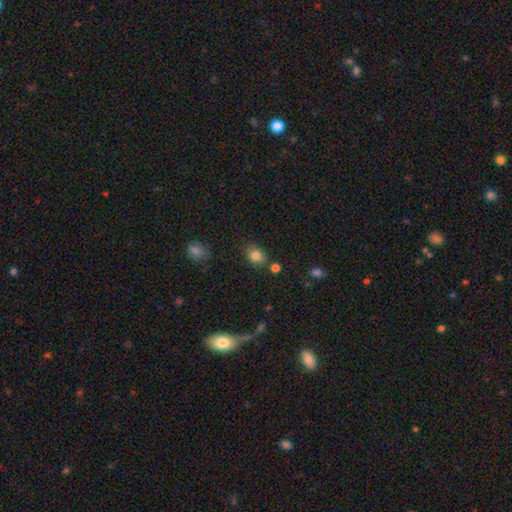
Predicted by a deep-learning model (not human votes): smooth_or_featured: smooth (p=0.82) [alt: star or artifact p=0.11]
how_rounded: in between (p=0.59) [alt: round p=0.40]
merging: none (p=0.75) [alt: minor disturbance p=0.13]